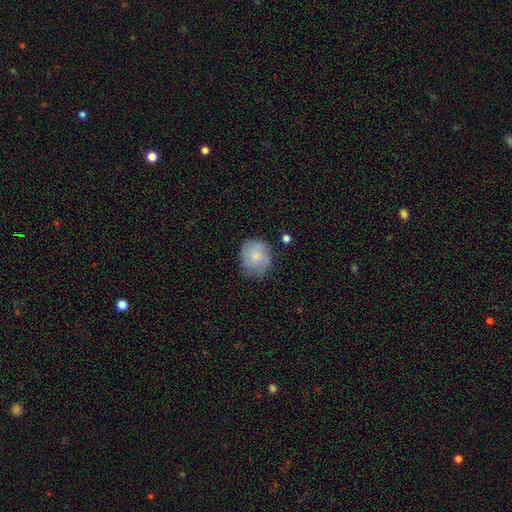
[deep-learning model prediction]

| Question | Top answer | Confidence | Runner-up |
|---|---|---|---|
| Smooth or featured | smooth | 58% | featured or disk (34%) |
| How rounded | round | 70% | in between (29%) |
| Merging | none | 67% | minor disturbance (23%) |